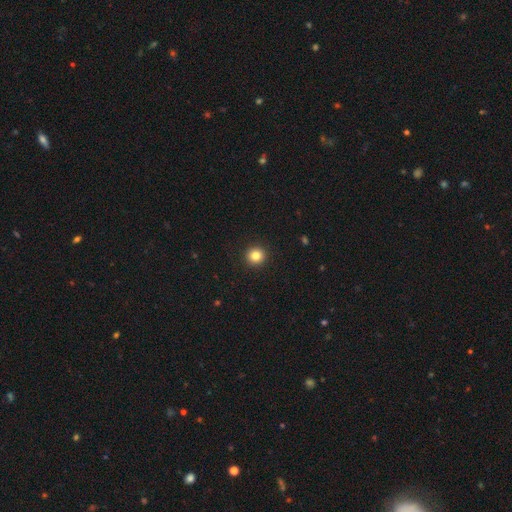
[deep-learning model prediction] A smooth galaxy with no disk features (83%) that is round (94%).

Vote fractions:
- Smooth or featured? smooth: 83% / star or artifact: 11% / featured or disk: 5%
- How rounded? round: 94% / in between: 5% / cigar-shaped: 1%
- Merging? none: 94% / minor disturbance: 4% / major disturbance: 2% / merger: 1%